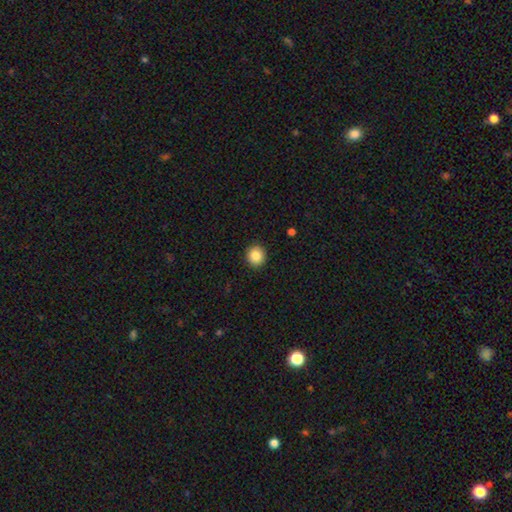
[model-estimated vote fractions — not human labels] Smooth or featured: smooth — 86% (star or artifact — 9%)
How rounded: round — 85% (in between — 14%)
Merging: none — 92% (minor disturbance — 6%)